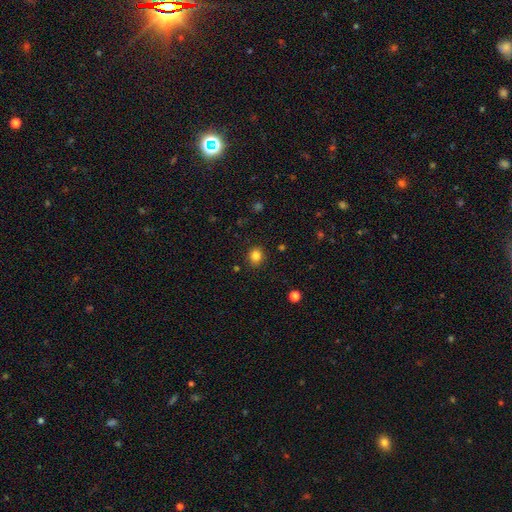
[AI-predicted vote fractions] Q: Smooth or featured?
A: smooth (84%); runner-up: star or artifact (12%)
Q: How rounded?
A: round (74%); runner-up: in between (25%)
Q: Merging?
A: none (88%); runner-up: minor disturbance (8%)